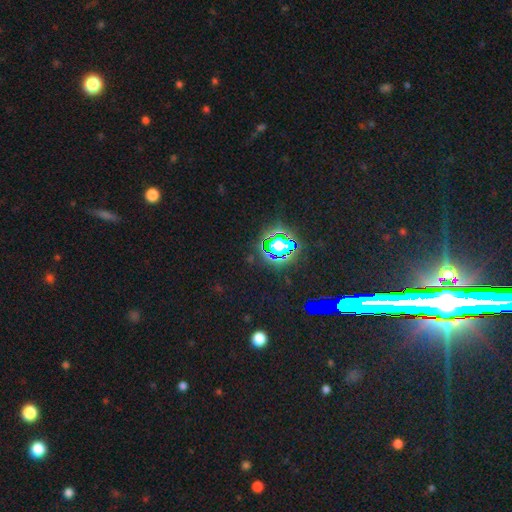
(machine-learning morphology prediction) type=star or artifact (81%).